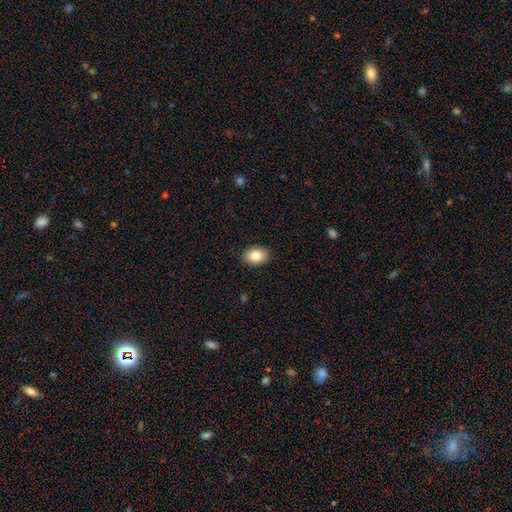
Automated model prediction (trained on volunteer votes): A smooth galaxy with no disk features (84%) that is in between round and cigar-shaped (80%). Merging: none (90%).